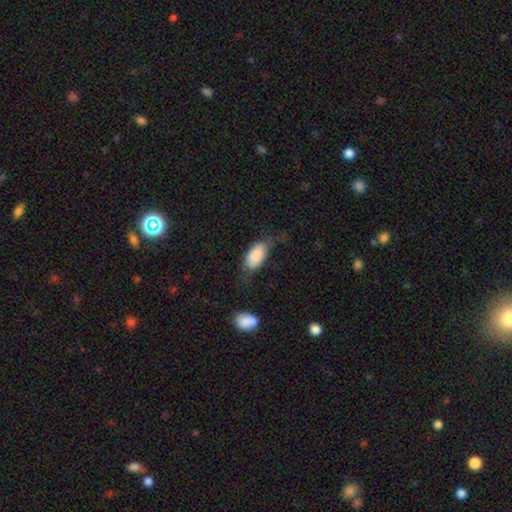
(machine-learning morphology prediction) smooth 83%, featured or disk 10%, star or artifact 6%. Down the decision tree: how rounded — in between (92%); merging — none (38%).